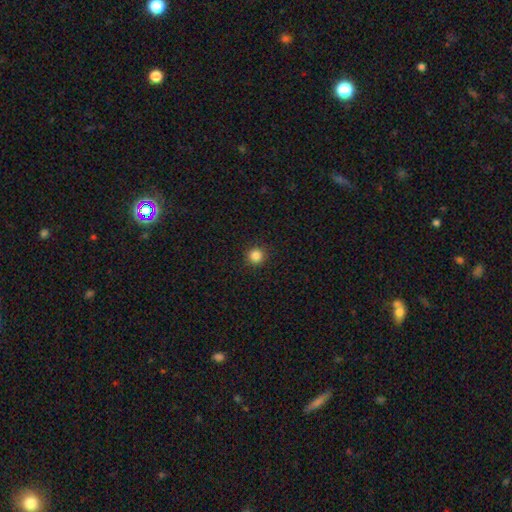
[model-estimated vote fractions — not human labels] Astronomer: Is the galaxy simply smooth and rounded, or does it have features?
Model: smooth — 85%.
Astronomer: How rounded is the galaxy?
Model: round — 95%.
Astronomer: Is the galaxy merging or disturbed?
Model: none — 92%.